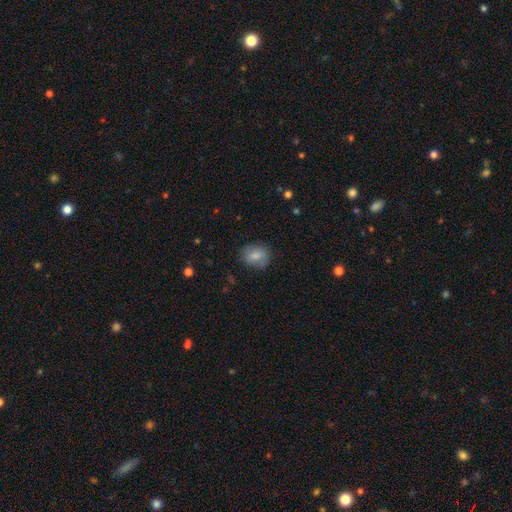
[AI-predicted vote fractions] Smooth or featured: smooth — 79% (featured or disk — 13%)
How rounded: round — 51% (in between — 48%)
Merging: none — 78% (minor disturbance — 16%)